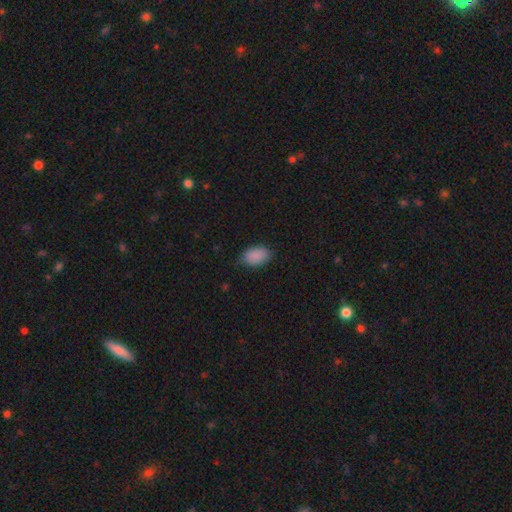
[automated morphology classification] smooth-or-featured: smooth: 89% | star or artifact: 7% | featured or disk: 4%
  how-rounded: in between: 88% | round: 10% | cigar-shaped: 1%
  merging: none: 70% | minor disturbance: 25% | major disturbance: 4% | merger: 1%